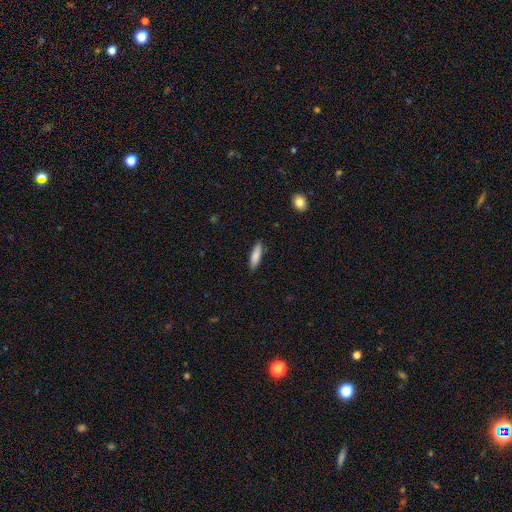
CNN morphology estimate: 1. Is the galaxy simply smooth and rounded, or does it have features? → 84% smooth, 10% featured or disk, 6% star or artifact.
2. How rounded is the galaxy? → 65% cigar-shaped, 33% in between, 2% round.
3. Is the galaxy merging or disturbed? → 87% none, 10% minor disturbance, 2% major disturbance, 1% merger.